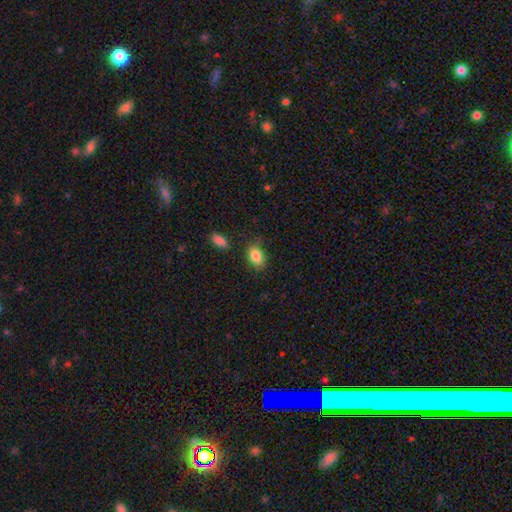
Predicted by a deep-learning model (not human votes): Morphology: type=smooth (86%); roundness=in between (83%); merging=none (76%).